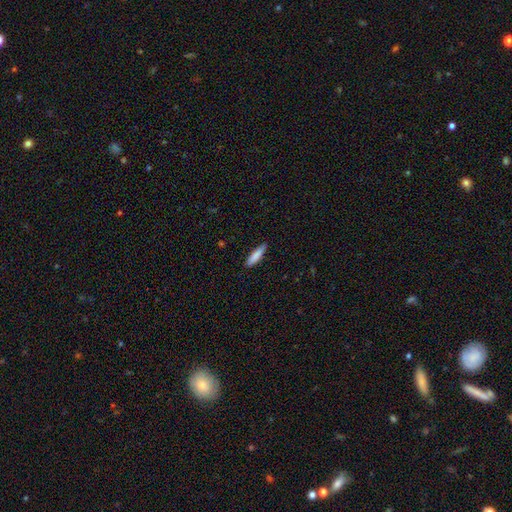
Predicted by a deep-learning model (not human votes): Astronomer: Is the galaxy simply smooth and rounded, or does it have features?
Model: smooth — 83%.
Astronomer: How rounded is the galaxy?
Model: cigar-shaped — 80%.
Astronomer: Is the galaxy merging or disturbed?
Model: none — 87%.